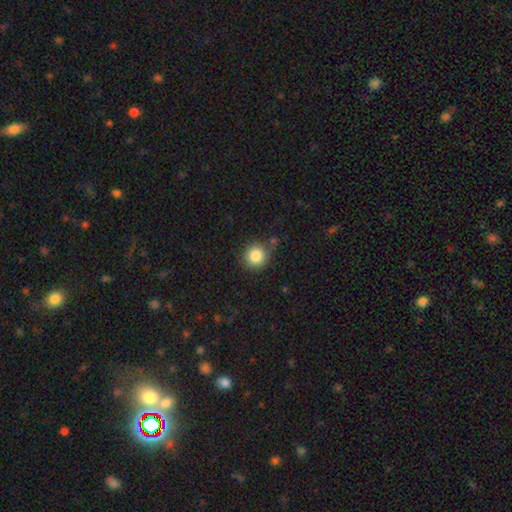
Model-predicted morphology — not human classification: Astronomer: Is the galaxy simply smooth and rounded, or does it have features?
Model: smooth — 85%.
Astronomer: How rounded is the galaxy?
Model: round — 92%.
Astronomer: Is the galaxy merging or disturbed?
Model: none — 77%.